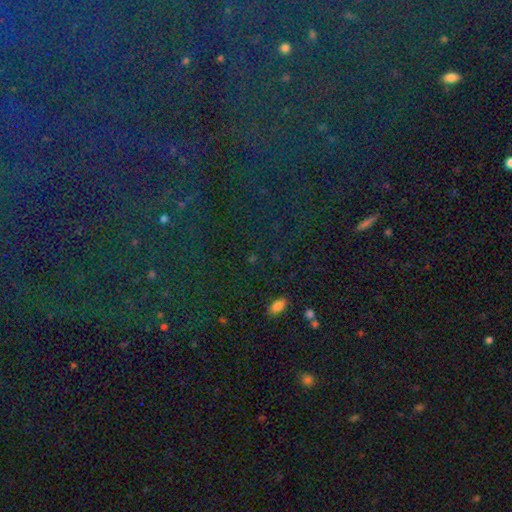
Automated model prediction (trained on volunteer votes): star or artifact 81%, smooth 11%, featured or disk 8%.